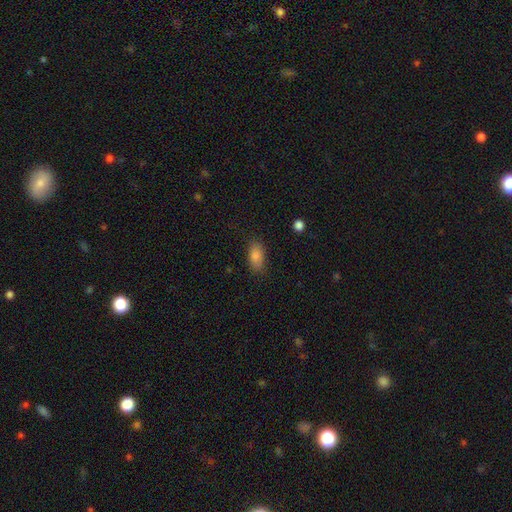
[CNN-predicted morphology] The model was most divided on "merging": none: 82%, minor disturbance: 13%, major disturbance: 4%, merger: 1%. More confident: how rounded — in between (89%); smooth or featured — smooth (85%).